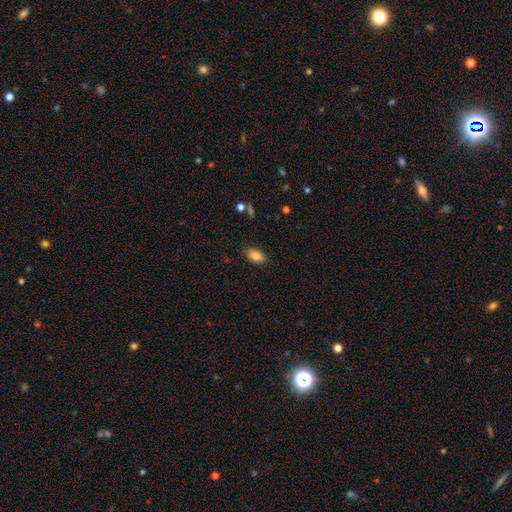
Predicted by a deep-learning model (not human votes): Q: Smooth or featured?
A: smooth (83%); runner-up: featured or disk (9%)
Q: How rounded?
A: in between (89%); runner-up: round (6%)
Q: Merging?
A: none (85%); runner-up: minor disturbance (12%)